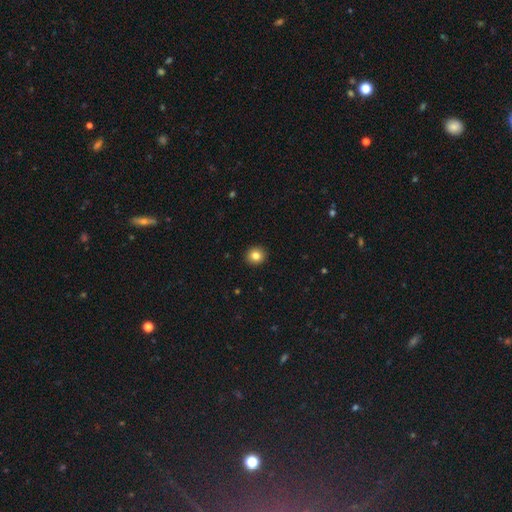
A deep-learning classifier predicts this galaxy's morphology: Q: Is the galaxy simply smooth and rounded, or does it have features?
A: smooth — 82%.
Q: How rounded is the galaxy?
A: round — 88%.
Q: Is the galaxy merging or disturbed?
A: none — 93%.